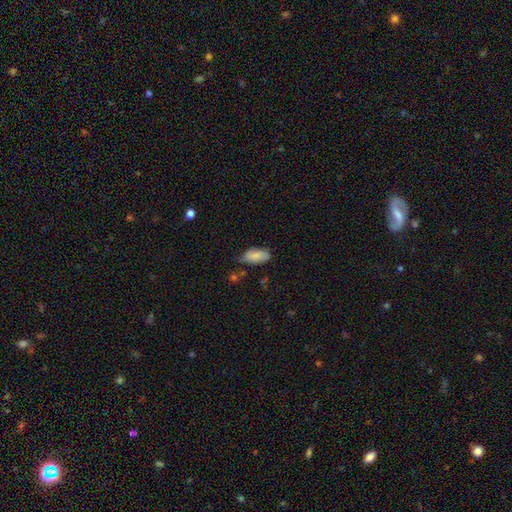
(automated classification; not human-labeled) The model was most divided on "merging": none: 66%, minor disturbance: 27%, major disturbance: 4%, merger: 3%. More confident: how rounded — in between (92%); smooth or featured — smooth (81%).